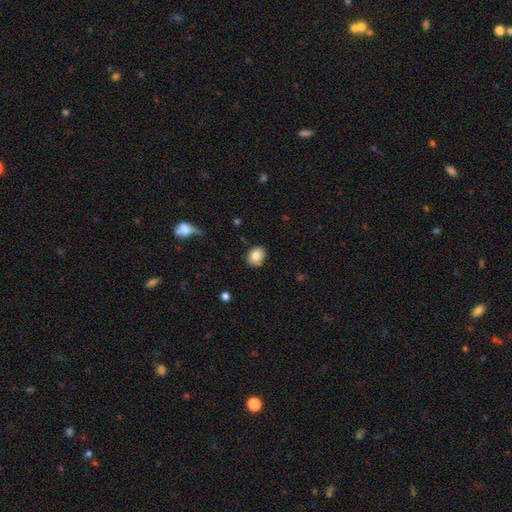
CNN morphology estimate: A smooth galaxy with no disk features (82%) that is round (51%). Merging: none (82%).